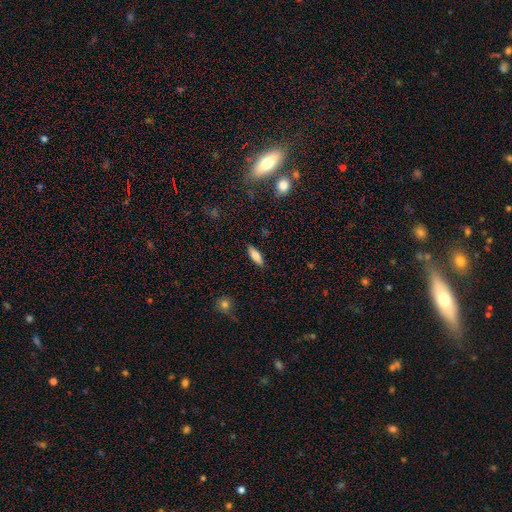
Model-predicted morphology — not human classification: The model was most divided on "how rounded": in between: 56%, cigar-shaped: 42%, round: 2%. More confident: merging — none (88%); smooth or featured — smooth (73%).